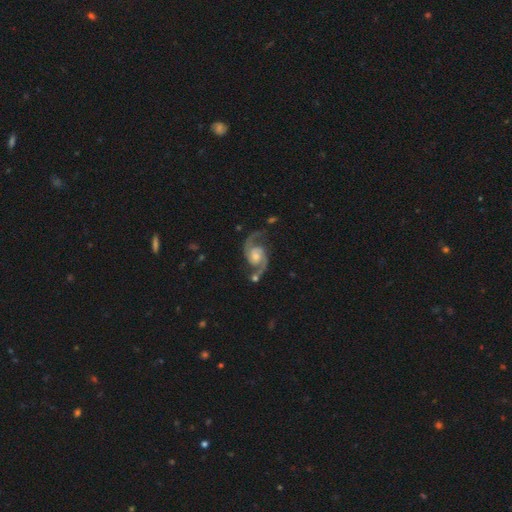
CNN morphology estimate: smooth-or-featured: featured or disk: 92% | star or artifact: 5% | smooth: 4%
  disk-edge-on: no: 98% | yes: 2%
    bar: no: 59% | weak: 33% | strong: 8%
    has-spiral-arms: yes: 98% | no: 2%
      spiral-winding: medium: 53% | loose: 34% | tight: 13%
      spiral-arm-count: 2: 94% | can't tell: 1% | 1: 1% | 3: 1% | 4: 1% | more than 4: 1%
    bulge-size: moderate: 49% | small: 29% | large: 13% | none: 7% | dominant: 2%
  merging: none: 67% | minor disturbance: 16% | major disturbance: 9% | merger: 8%